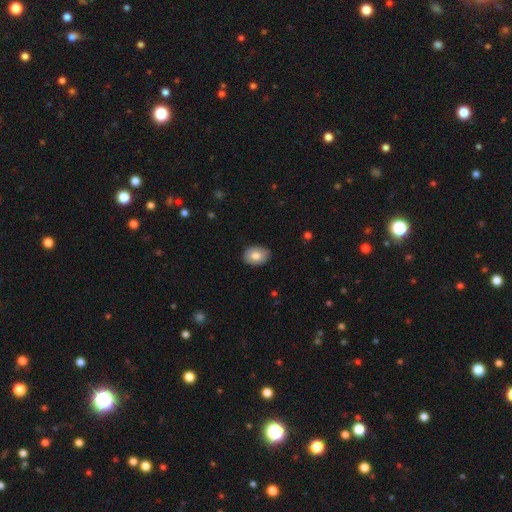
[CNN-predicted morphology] smooth-or-featured: smooth: 79% | featured or disk: 14% | star or artifact: 7%
  how-rounded: in between: 73% | round: 26% | cigar-shaped: 1%
  merging: none: 85% | minor disturbance: 12% | major disturbance: 2% | merger: 1%